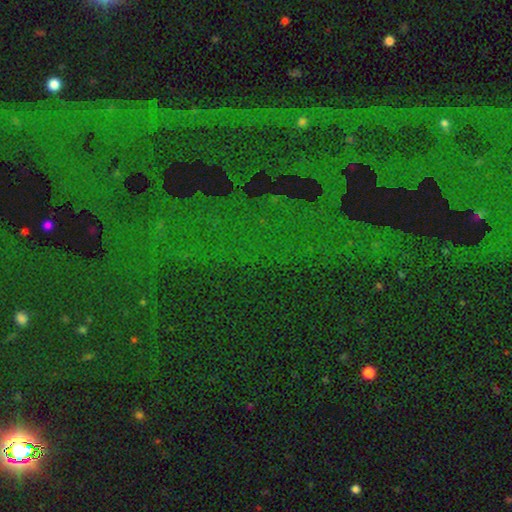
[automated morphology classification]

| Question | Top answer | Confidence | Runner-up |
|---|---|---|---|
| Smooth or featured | star or artifact | 85% | smooth (8%) |